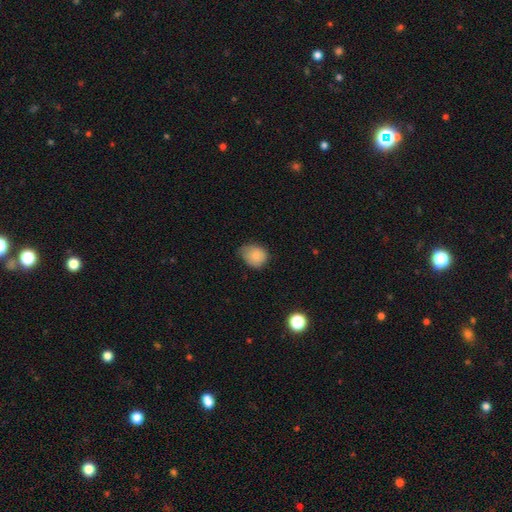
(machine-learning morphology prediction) A smooth galaxy with no disk features (82%) that is round (58%). Merging: none (45%).